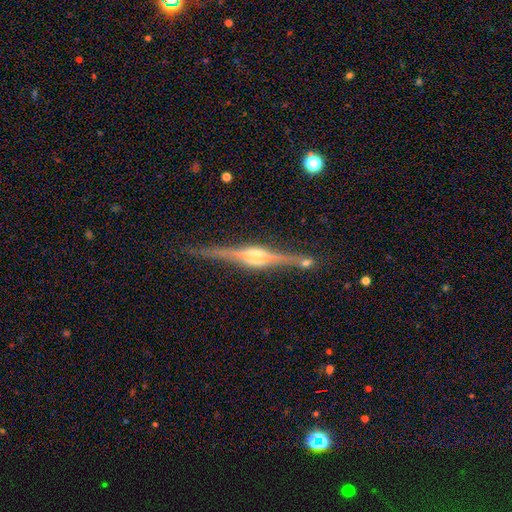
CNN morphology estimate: featured or disk 87%, smooth 6%, star or artifact 6%. Down the decision tree: edge-on disk — yes (98%); edge-on bulge — rounded (82%); merging — none (85%).